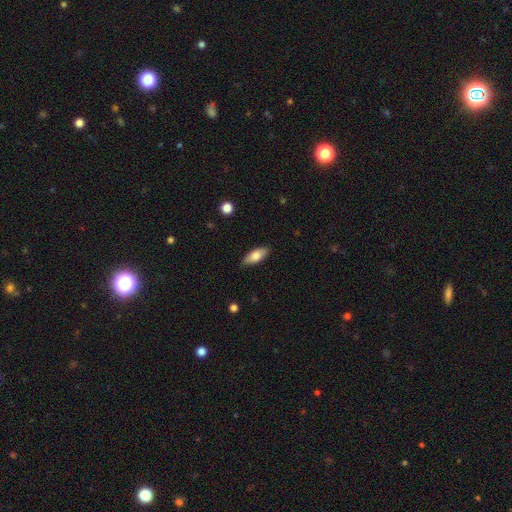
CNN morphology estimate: Smooth or featured?
  - smooth: 76% *
  - featured or disk: 18%
  - star or artifact: 6%
How rounded?
  - in between: 76% *
  - cigar-shaped: 22%
  - round: 2%
Merging?
  - none: 87% *
  - minor disturbance: 10%
  - major disturbance: 2%
  - merger: 1%